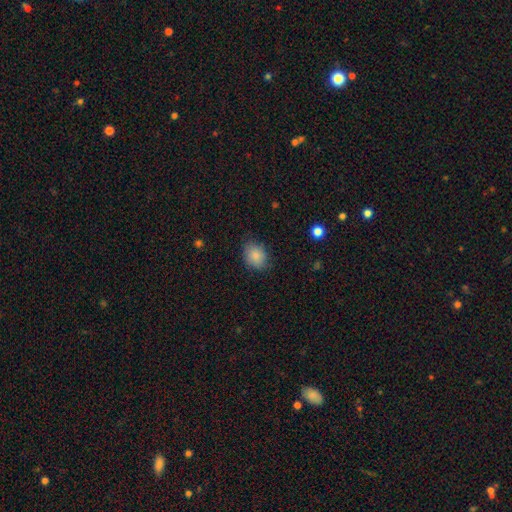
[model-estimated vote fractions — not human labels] Overall: smooth (86%). How rounded: in between (63%; round 36%). Merging: none (79%).